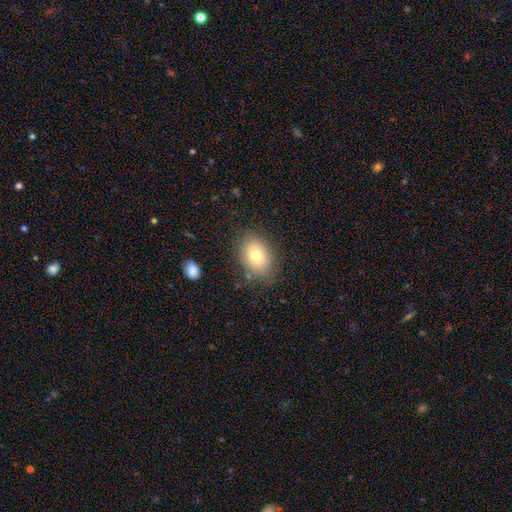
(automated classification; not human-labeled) Smooth or featured: smooth — 74% (featured or disk — 16%)
How rounded: in between — 71% (round — 28%)
Merging: none — 81% (minor disturbance — 13%)